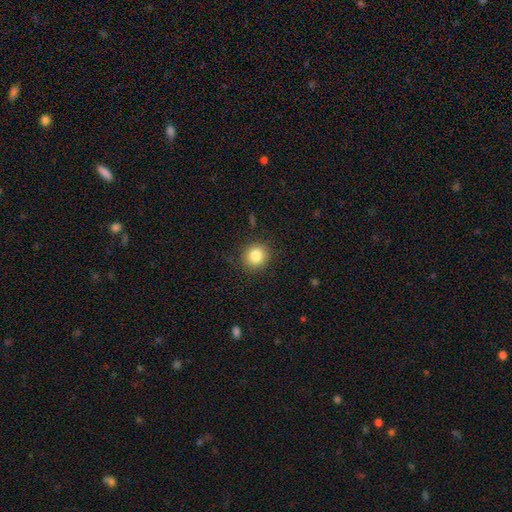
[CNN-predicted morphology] Smooth or featured? Predicted: smooth (p=0.83). How rounded? Predicted: round (p=0.83). Merging? Predicted: none (p=0.87).